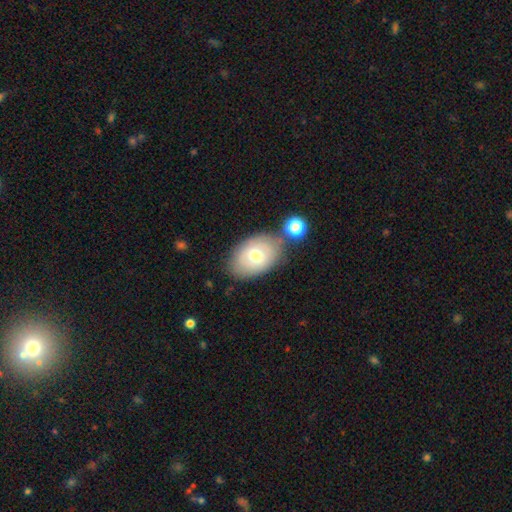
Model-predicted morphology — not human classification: Smooth or featured?
  - smooth: 65% *
  - featured or disk: 26%
  - star or artifact: 8%
How rounded?
  - in between: 82% *
  - round: 16%
  - cigar-shaped: 1%
Merging?
  - none: 63% *
  - minor disturbance: 18%
  - merger: 13%
  - major disturbance: 6%